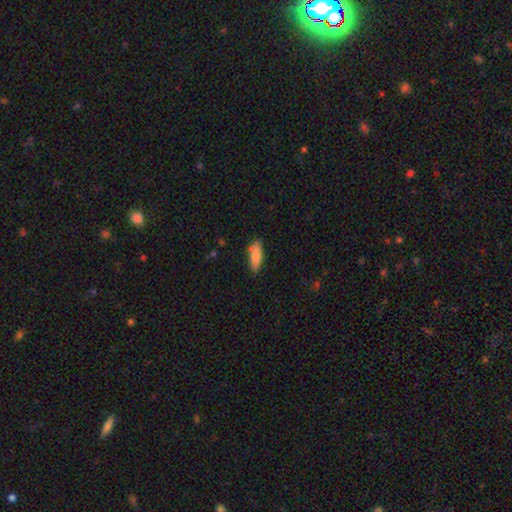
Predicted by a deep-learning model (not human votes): smooth 81%, featured or disk 13%, star or artifact 6%. Down the decision tree: how rounded — in between (63%); merging — none (76%).